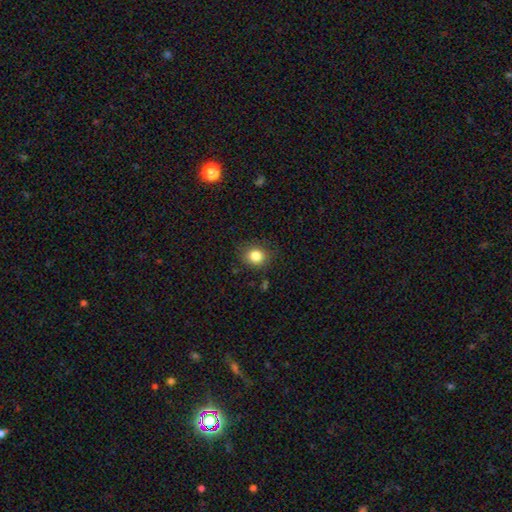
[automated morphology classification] smooth_or_featured: smooth (p=0.83) [alt: star or artifact p=0.11]
how_rounded: round (p=0.75) [alt: in between p=0.24]
merging: none (p=0.84) [alt: minor disturbance p=0.11]